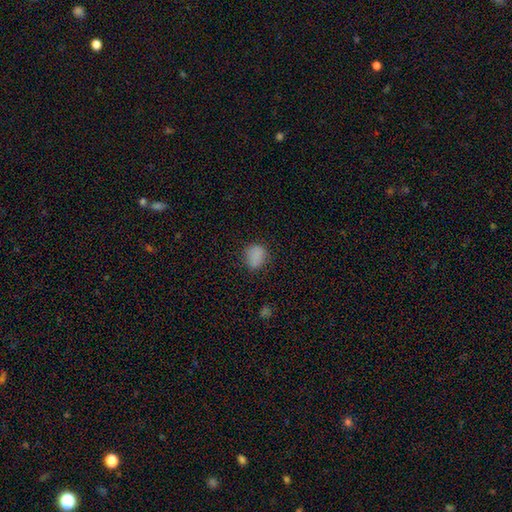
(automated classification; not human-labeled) Morphology: type=smooth (83%); roundness=round (60%); merging=none (77%).